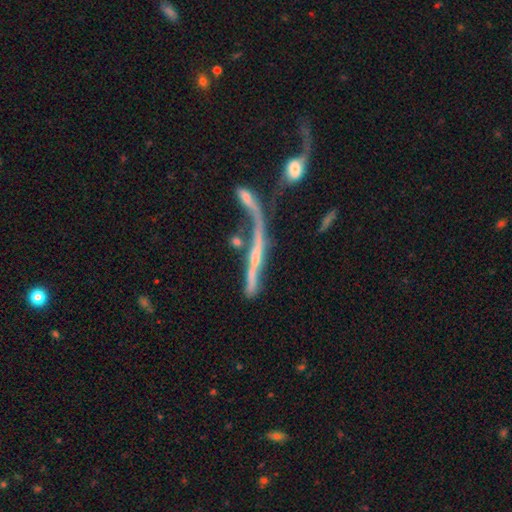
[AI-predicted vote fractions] Overall: featured or disk (71%). Edge-on disk: yes (67%; no 33%). Merging: merger (50%; none 21%).